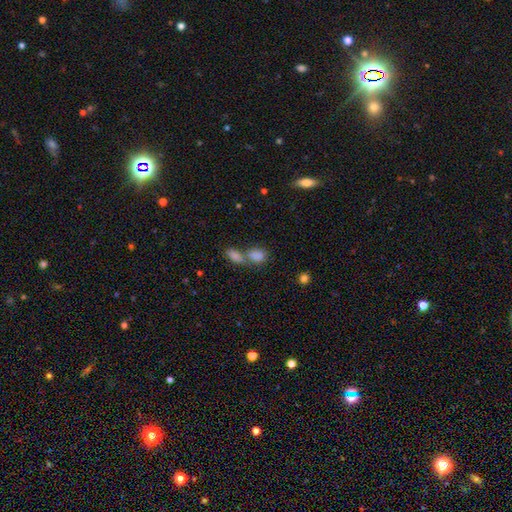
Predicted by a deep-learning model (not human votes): Overall: smooth (83%). How rounded: in between (80%). Merging: merger (55%; none 32%).